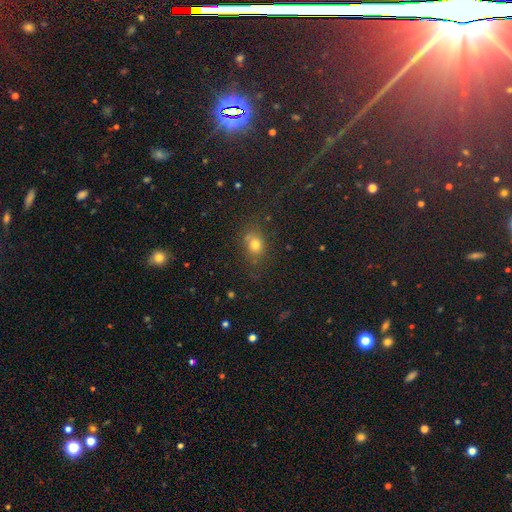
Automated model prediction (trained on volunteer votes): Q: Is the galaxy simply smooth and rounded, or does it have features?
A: smooth — 62%.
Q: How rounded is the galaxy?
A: round — 52%.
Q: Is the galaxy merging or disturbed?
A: none — 73%.